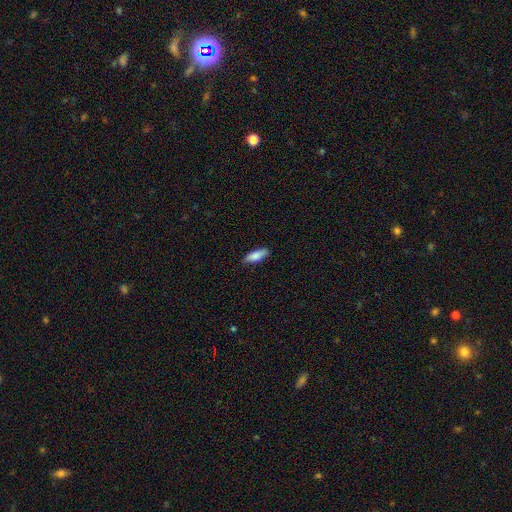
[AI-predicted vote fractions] Smooth or featured?
  - smooth: 82% *
  - featured or disk: 12%
  - star or artifact: 6%
How rounded?
  - in between: 59% *
  - cigar-shaped: 39%
  - round: 2%
Merging?
  - none: 84% *
  - minor disturbance: 12%
  - major disturbance: 2%
  - merger: 1%